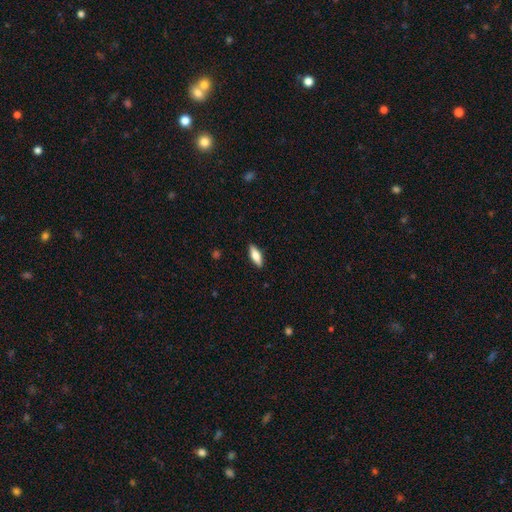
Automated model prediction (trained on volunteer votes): Smooth or featured? Predicted: smooth (p=0.67). How rounded? Predicted: in between (p=0.59). Merging? Predicted: none (p=0.89).